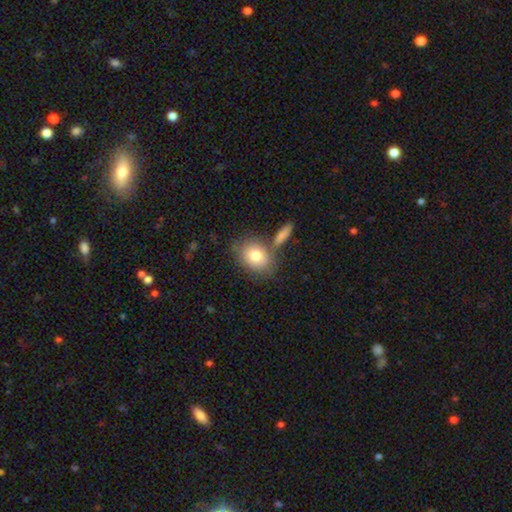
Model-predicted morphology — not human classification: Overall: smooth (79%). How rounded: round (52%; in between 46%). Merging: none (62%).